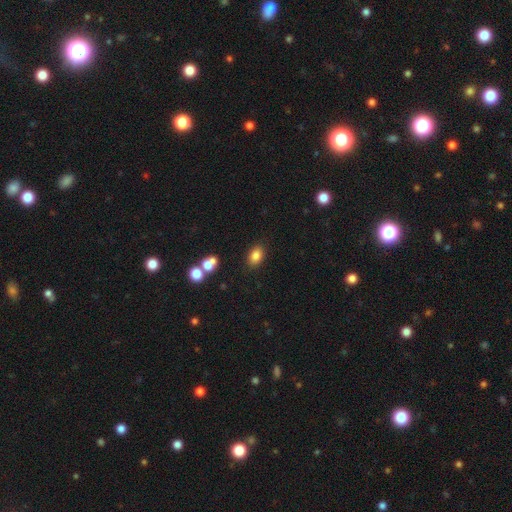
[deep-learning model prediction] This appears to be a smooth galaxy with no disk features (82%) that is in between round and cigar-shaped (81%). Merging: none (84%).